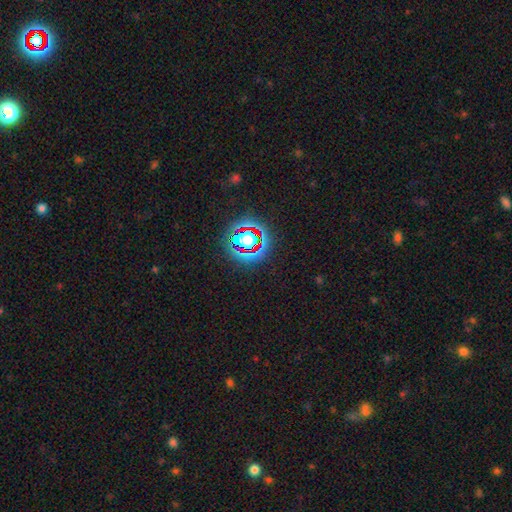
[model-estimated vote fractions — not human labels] smooth-or-featured: star or artifact: 80% | smooth: 12% | featured or disk: 8%